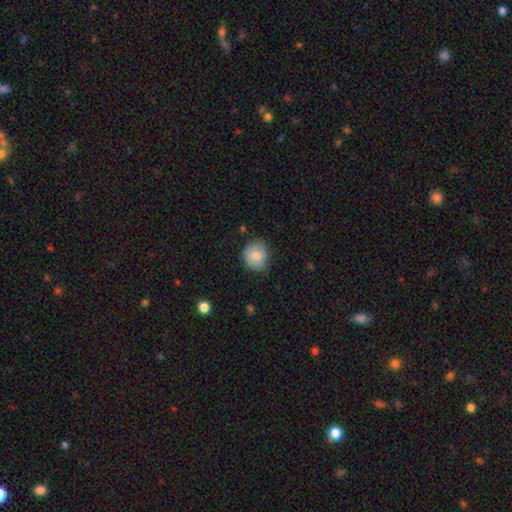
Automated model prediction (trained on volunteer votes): A smooth galaxy with no disk features (82%) that is round (82%). Merging: none (76%).